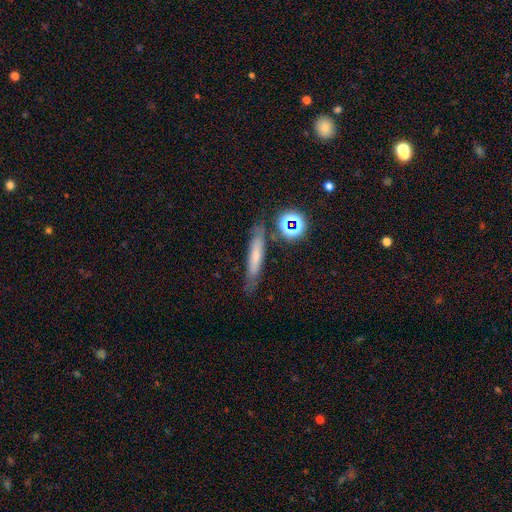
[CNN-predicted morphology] type=smooth (58%); roundness=cigar-shaped (83%); merging=none (75%).